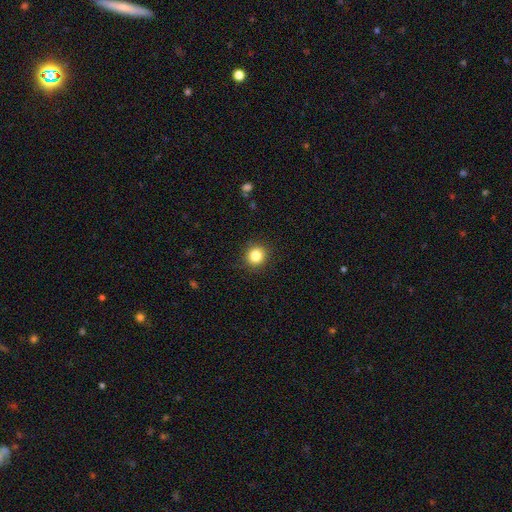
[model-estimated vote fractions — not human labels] Q: Smooth or featured?
A: smooth (84%); runner-up: star or artifact (11%)
Q: How rounded?
A: round (89%); runner-up: in between (10%)
Q: Merging?
A: none (90%); runner-up: minor disturbance (6%)